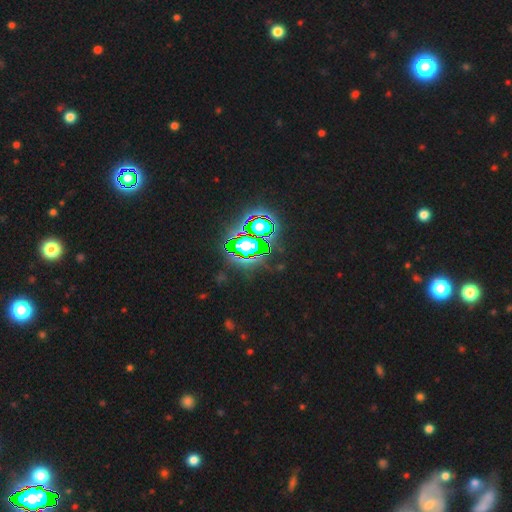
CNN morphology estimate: A star or artifact, not a galaxy (83%).